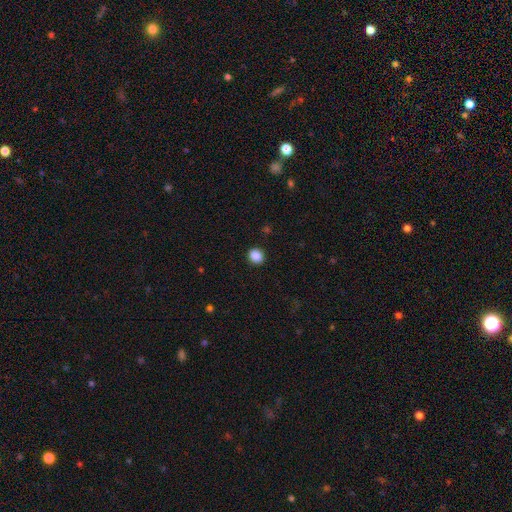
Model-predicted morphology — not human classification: Overall: smooth (88%). How rounded: round (74%). Merging: none (91%).